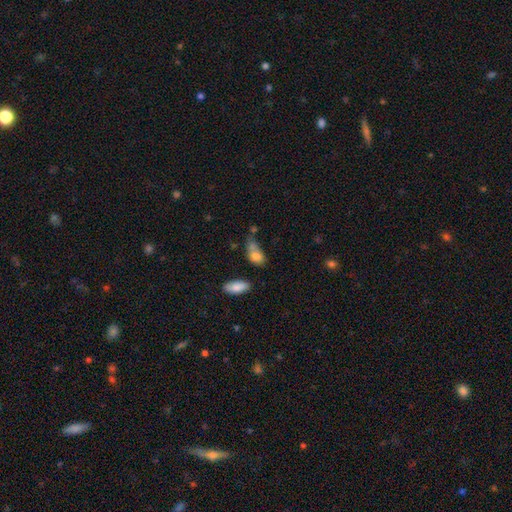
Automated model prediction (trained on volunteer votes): Overall: smooth (77%). How rounded: in between (81%). Merging: merger (37%; none 29%).